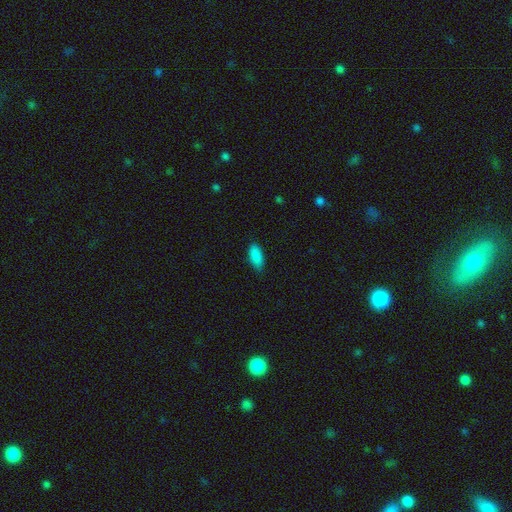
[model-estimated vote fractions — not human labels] smooth-or-featured: smooth: 89% | star or artifact: 7% | featured or disk: 4%
  how-rounded: in between: 80% | cigar-shaped: 18% | round: 2%
  merging: none: 82% | minor disturbance: 15% | major disturbance: 3% | merger: 1%